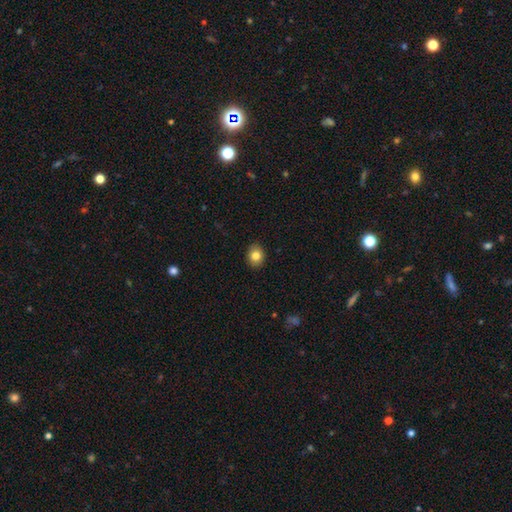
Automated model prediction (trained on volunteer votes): This is clearly a smooth galaxy (82%). How rounded: possibly round (58%). Merging: clearly none (89%).